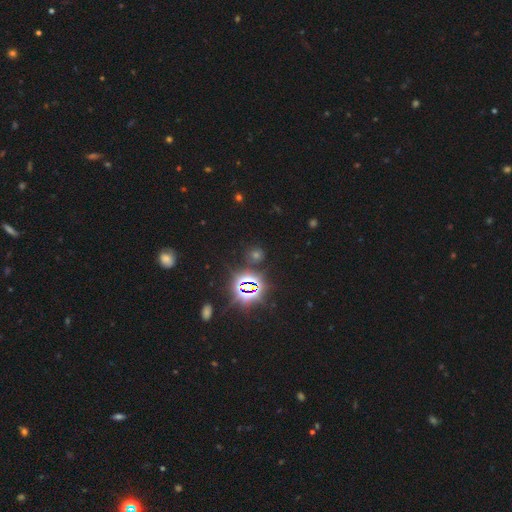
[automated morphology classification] smooth-or-featured: star or artifact: 65% | smooth: 27% | featured or disk: 8%